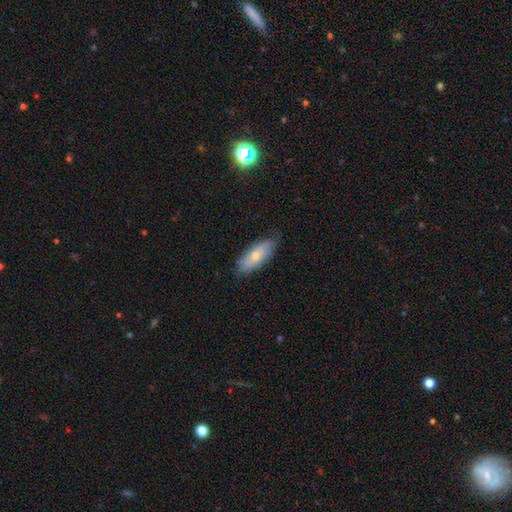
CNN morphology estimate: This is likely a smooth galaxy (64%). How rounded: likely in between (79%). Merging: likely none (76%).